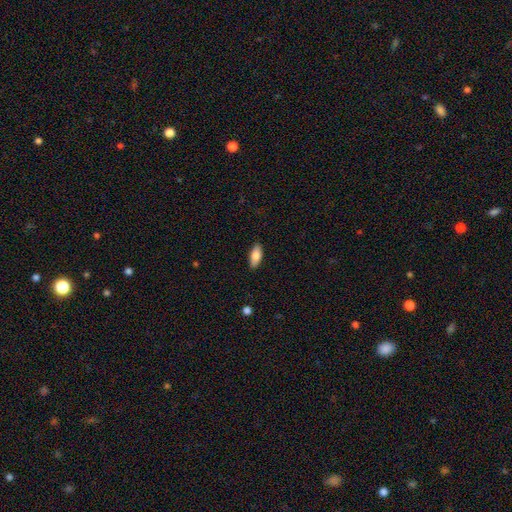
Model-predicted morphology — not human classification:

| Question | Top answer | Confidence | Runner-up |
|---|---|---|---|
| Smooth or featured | smooth | 81% | featured or disk (13%) |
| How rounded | in between | 84% | cigar-shaped (14%) |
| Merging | none | 89% | minor disturbance (8%) |